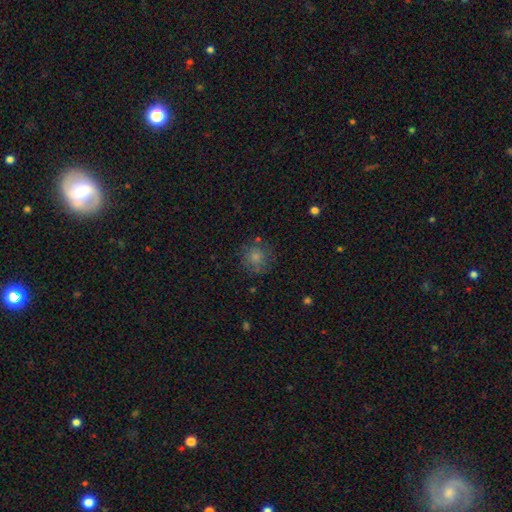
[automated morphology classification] This appears to be a smooth galaxy with no disk features (65%) that is round (92%). Merging: none (81%).